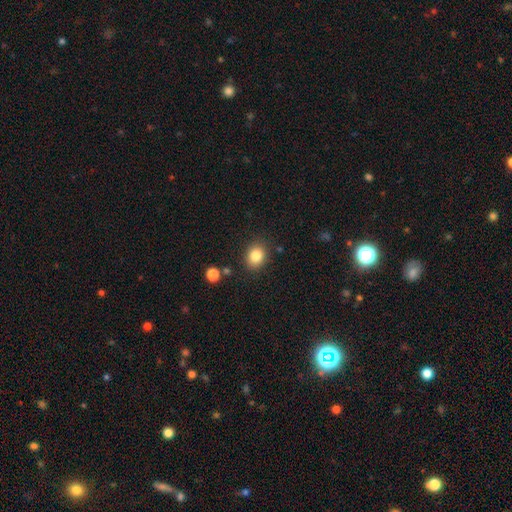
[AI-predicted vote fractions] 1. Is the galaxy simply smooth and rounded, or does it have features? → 84% smooth, 10% star or artifact, 6% featured or disk.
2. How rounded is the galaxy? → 53% round, 46% in between, 1% cigar-shaped.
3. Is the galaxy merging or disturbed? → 85% none, 10% minor disturbance, 3% major disturbance, 2% merger.